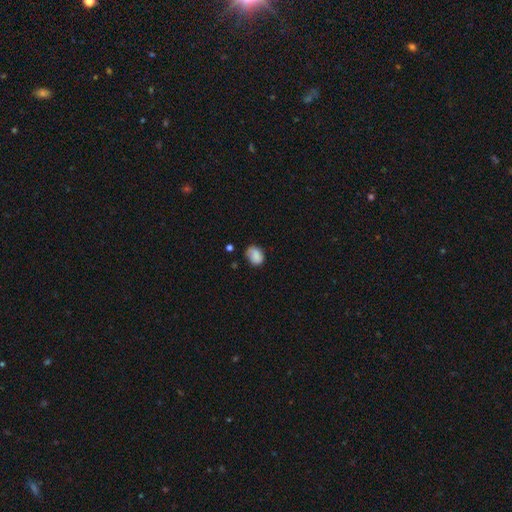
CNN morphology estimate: A smooth galaxy with no disk features (80%) that is in between round and cigar-shaped (57%).

Vote fractions:
- Smooth or featured? smooth: 80% / featured or disk: 11% / star or artifact: 9%
- How rounded? in between: 57% / round: 42% / cigar-shaped: 1%
- Merging? none: 56% / minor disturbance: 31% / major disturbance: 10% / merger: 3%